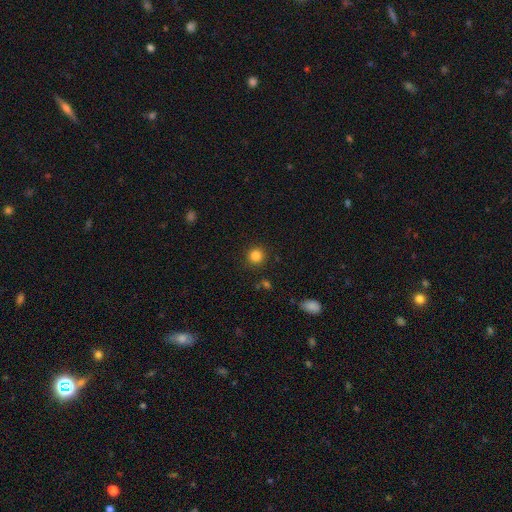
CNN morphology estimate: Smooth or featured: smooth — 84% (star or artifact — 12%)
How rounded: round — 94% (in between — 5%)
Merging: none — 91% (minor disturbance — 6%)